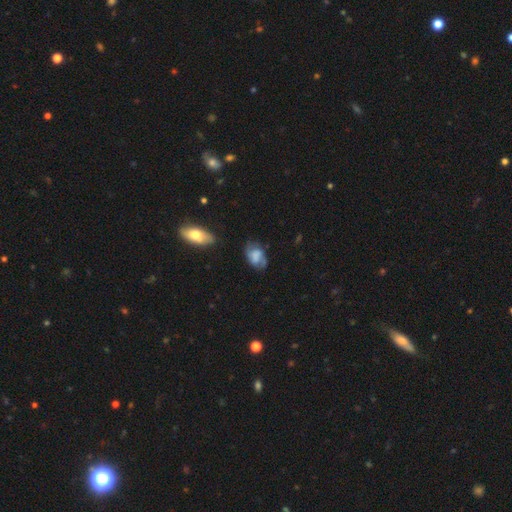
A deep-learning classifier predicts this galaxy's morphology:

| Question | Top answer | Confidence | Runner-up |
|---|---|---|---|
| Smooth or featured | smooth | 56% | featured or disk (35%) |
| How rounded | in between | 84% | round (14%) |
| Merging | none | 53% | minor disturbance (30%) |